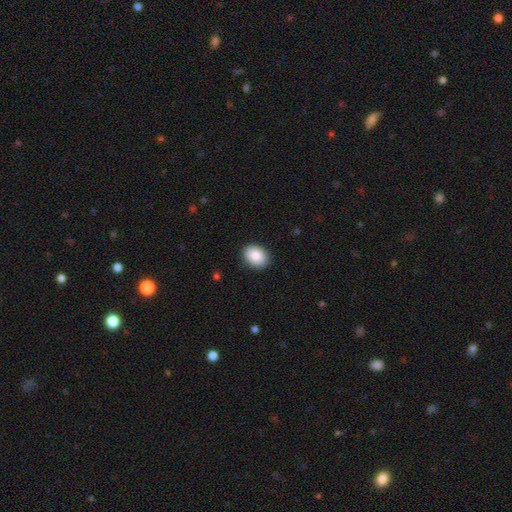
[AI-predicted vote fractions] The model was most divided on "how rounded": in between: 68%, round: 31%, cigar-shaped: 1%. More confident: merging — none (89%); smooth or featured — smooth (88%).